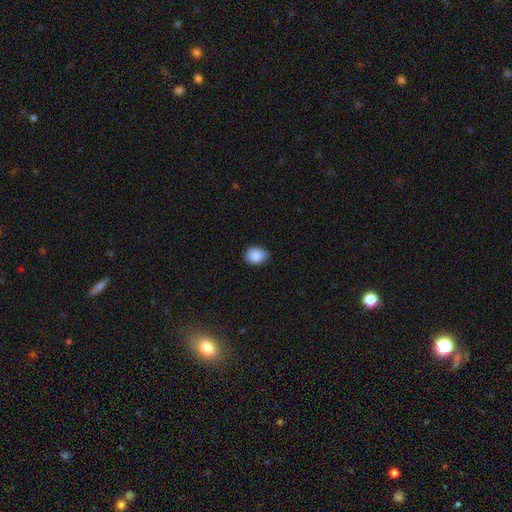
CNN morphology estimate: This is clearly a smooth galaxy (86%). How rounded: possibly round (51%). Merging: likely none (76%).